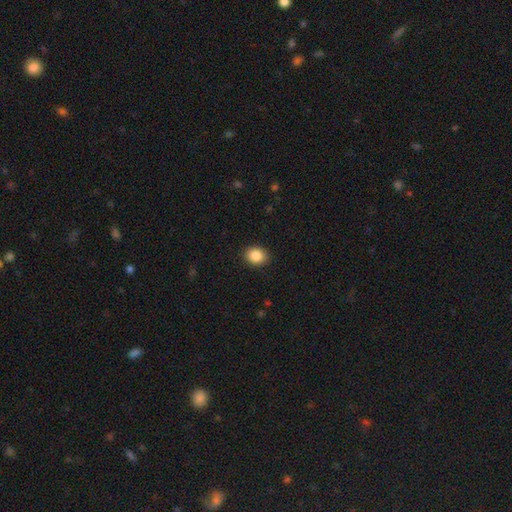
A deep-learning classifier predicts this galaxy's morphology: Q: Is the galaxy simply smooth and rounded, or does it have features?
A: smooth — 87%.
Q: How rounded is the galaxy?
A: in between — 51%.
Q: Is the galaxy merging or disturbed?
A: none — 90%.